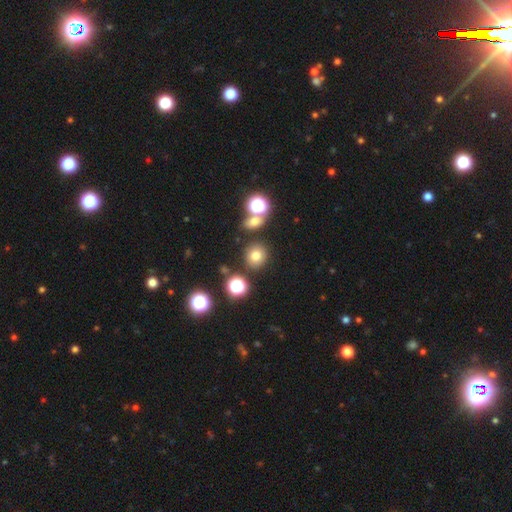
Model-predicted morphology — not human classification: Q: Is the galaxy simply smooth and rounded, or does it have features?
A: smooth — 73%.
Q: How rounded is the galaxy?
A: round — 87%.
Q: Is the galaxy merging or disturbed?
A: none — 82%.